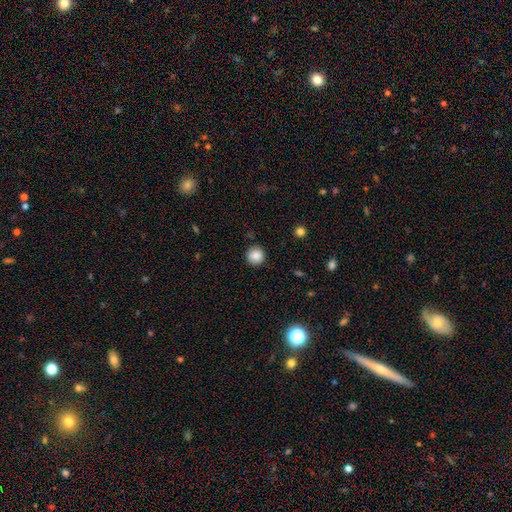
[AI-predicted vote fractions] A smooth galaxy with no disk features (86%) that is round (95%).

Vote fractions:
- Smooth or featured? smooth: 86% / star or artifact: 10% / featured or disk: 4%
- How rounded? round: 95% / in between: 4% / cigar-shaped: 1%
- Merging? none: 90% / minor disturbance: 7% / major disturbance: 2% / merger: 1%